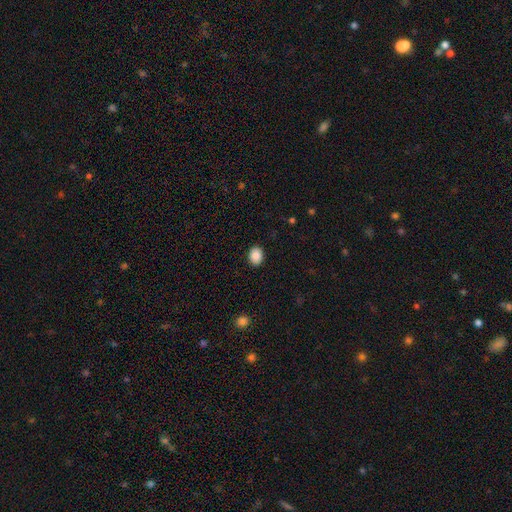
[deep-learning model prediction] Smooth or featured? smooth (87%)
How rounded? in between (51%)
Merging? none (90%)